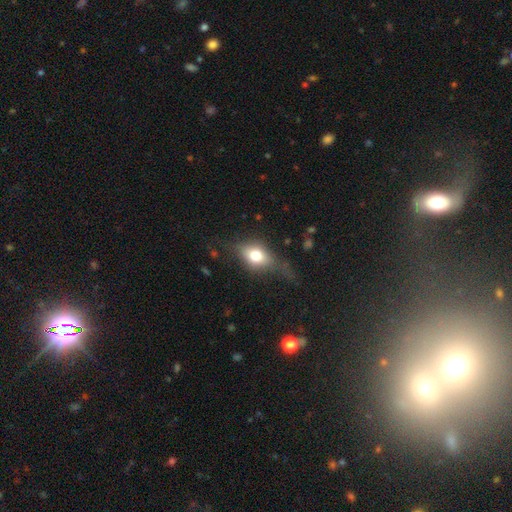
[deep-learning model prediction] A smooth galaxy with no disk features (63%) that is in between round and cigar-shaped (66%). Merging: none (58%).